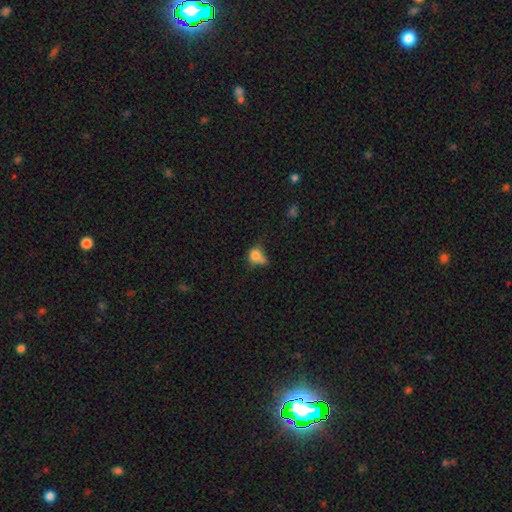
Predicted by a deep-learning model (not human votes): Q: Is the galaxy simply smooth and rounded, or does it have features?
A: smooth — 75%.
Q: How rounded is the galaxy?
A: round — 51%.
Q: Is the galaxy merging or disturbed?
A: minor disturbance — 32%.